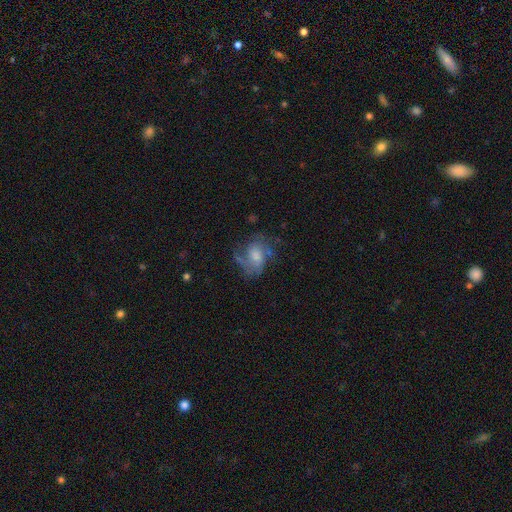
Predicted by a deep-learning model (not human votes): smooth-or-featured: featured or disk: 58% | smooth: 32% | star or artifact: 9%
  disk-edge-on: no: 97% | yes: 3%
    bar: no: 62% | weak: 33% | strong: 5%
    has-spiral-arms: yes: 80% | no: 20%
    bulge-size: moderate: 44% | small: 24% | large: 17% | none: 12% | dominant: 2%
  merging: none: 45% | major disturbance: 28% | minor disturbance: 23% | merger: 4%